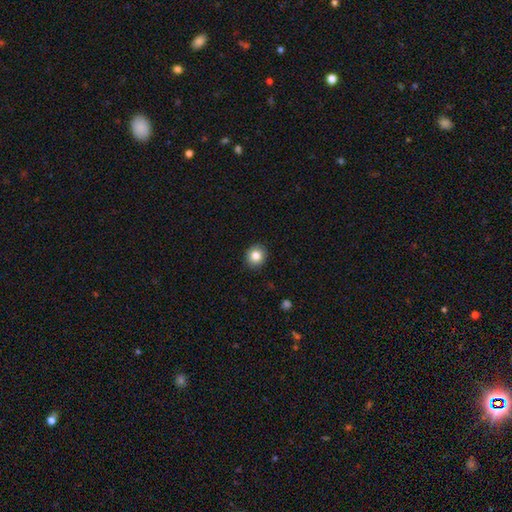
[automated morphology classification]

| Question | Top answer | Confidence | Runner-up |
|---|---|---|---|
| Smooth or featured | smooth | 84% | star or artifact (9%) |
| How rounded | round | 85% | in between (14%) |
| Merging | none | 91% | minor disturbance (6%) |